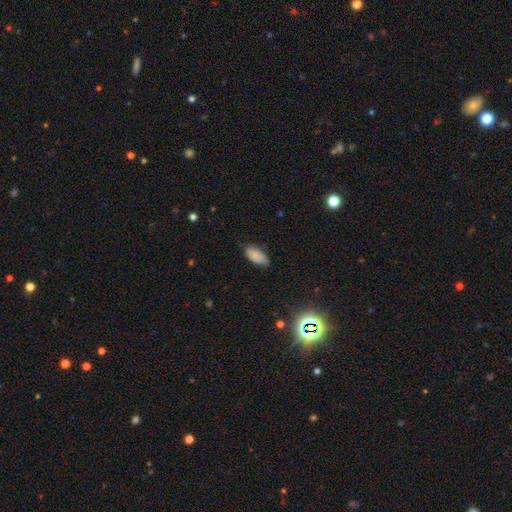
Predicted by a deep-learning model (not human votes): Smooth or featured? Predicted: smooth (p=0.83). How rounded? Predicted: in between (p=0.92). Merging? Predicted: none (p=0.72).